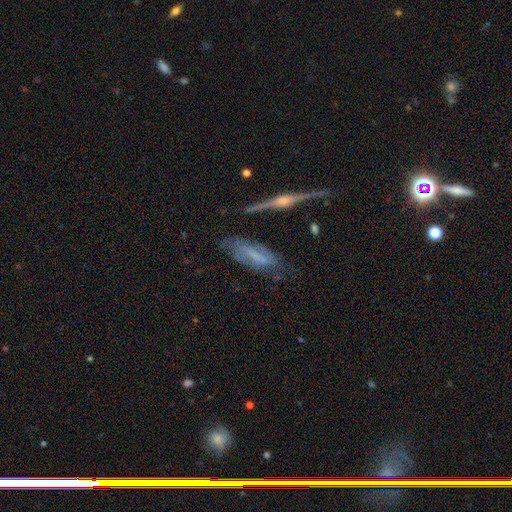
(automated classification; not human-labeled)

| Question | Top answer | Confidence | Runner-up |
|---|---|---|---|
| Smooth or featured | featured or disk | 59% | smooth (30%) |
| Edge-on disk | yes | 51% | no (49%) |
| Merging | none | 57% | minor disturbance (26%) |